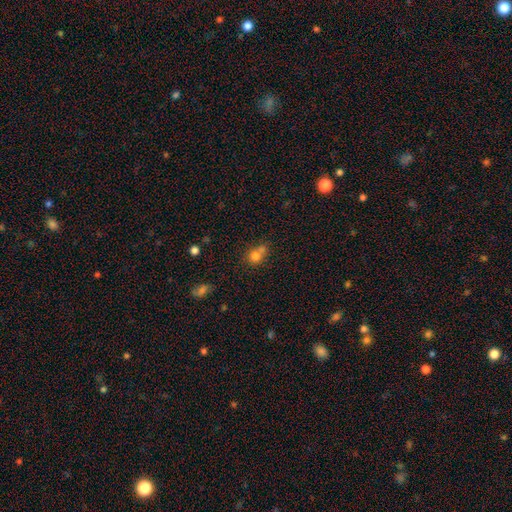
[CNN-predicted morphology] The model was most divided on "merging": merger: 46%, none: 40%, minor disturbance: 10%, major disturbance: 4%. More confident: how rounded — round (78%); smooth or featured — smooth (77%).